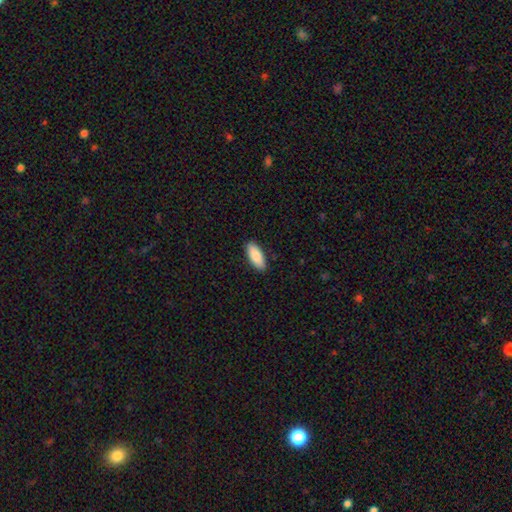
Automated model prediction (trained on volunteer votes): Overall: smooth (87%). How rounded: in between (85%). Merging: none (89%).